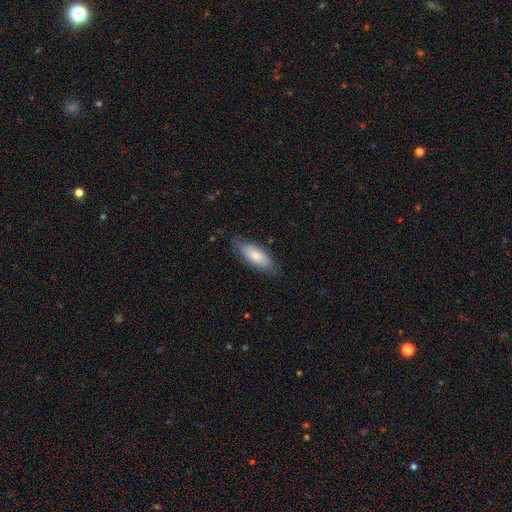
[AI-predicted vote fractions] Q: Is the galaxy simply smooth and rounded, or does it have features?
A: smooth — 70%.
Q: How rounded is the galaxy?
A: in between — 73%.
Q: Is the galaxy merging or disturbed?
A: none — 74%.